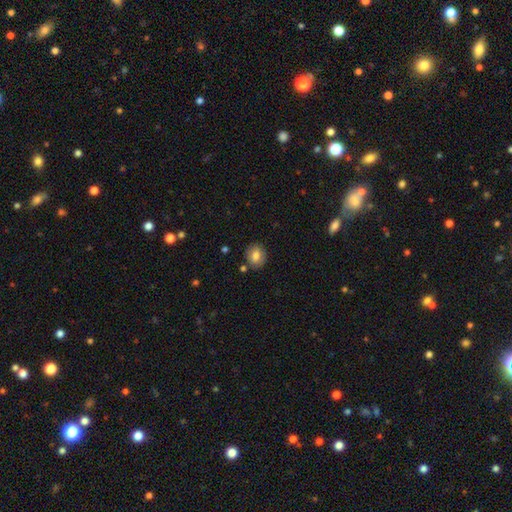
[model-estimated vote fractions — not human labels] smooth-or-featured: smooth: 80% | featured or disk: 11% | star or artifact: 9%
  how-rounded: round: 67% | in between: 32% | cigar-shaped: 1%
  merging: none: 84% | minor disturbance: 10% | merger: 3% | major disturbance: 2%